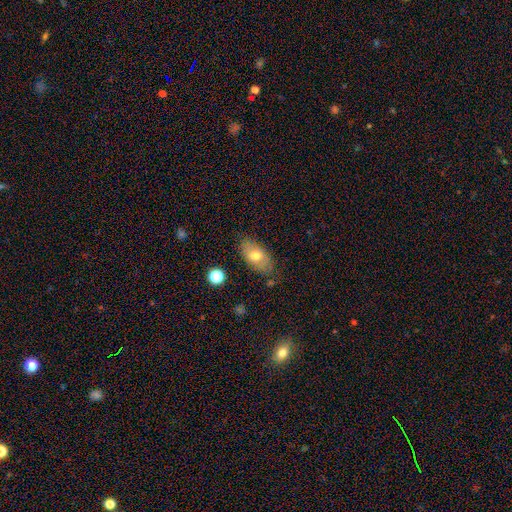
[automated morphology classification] Q: Smooth or featured?
A: smooth (69%); runner-up: featured or disk (23%)
Q: How rounded?
A: in between (90%); runner-up: round (6%)
Q: Merging?
A: none (77%); runner-up: minor disturbance (16%)